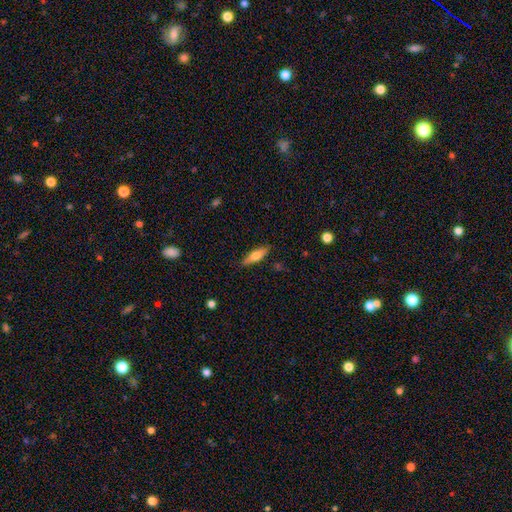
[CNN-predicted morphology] A smooth galaxy with no disk features (65%) that is cigar-shaped (53%). Merging: none (85%).